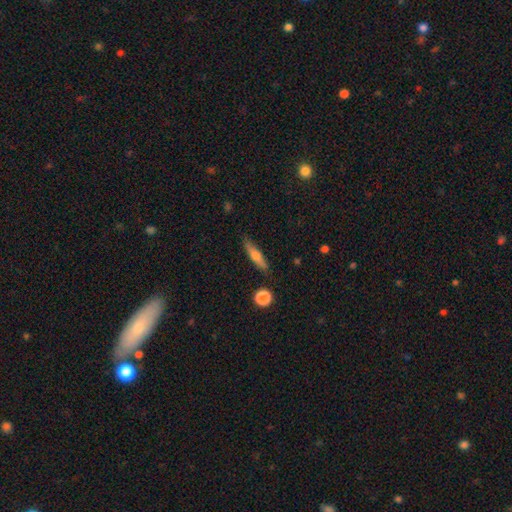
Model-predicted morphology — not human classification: type=smooth (54%); roundness=cigar-shaped (80%); merging=none (86%).